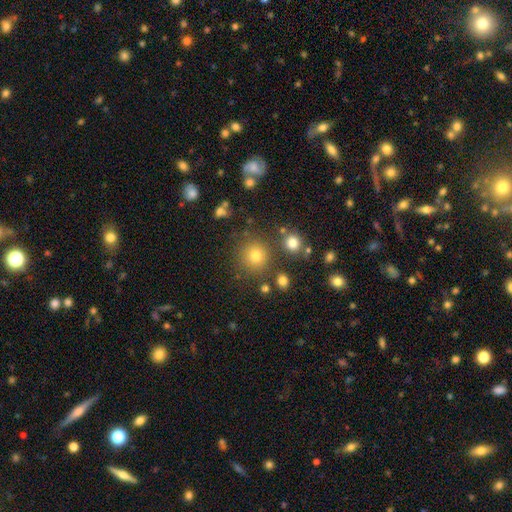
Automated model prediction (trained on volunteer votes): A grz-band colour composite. It shows a smooth galaxy with no disk features (75%) that is round (93%). Merging: none (83%).